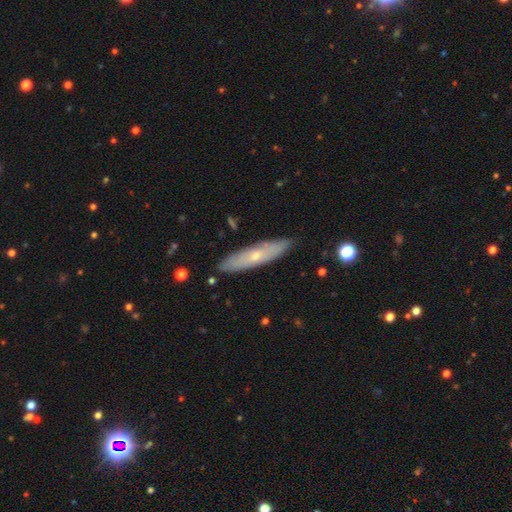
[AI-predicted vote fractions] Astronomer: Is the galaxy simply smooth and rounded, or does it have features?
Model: featured or disk — 47% (runner-up: smooth, 46%).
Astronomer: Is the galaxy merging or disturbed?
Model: none — 87%.